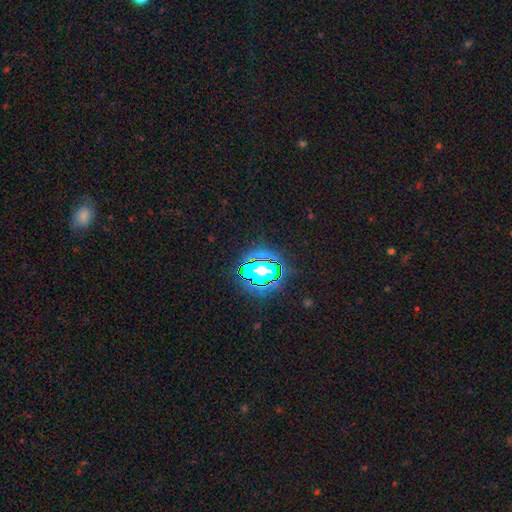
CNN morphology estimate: Smooth or featured?
  - star or artifact: 81% *
  - smooth: 12%
  - featured or disk: 7%